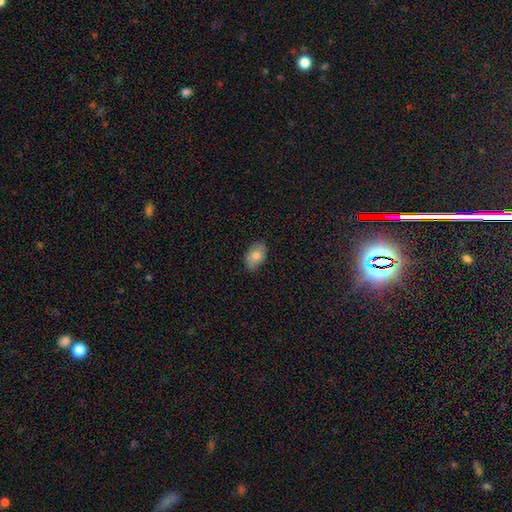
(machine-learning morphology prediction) type=smooth (76%); roundness=in between (89%); merging=none (74%).